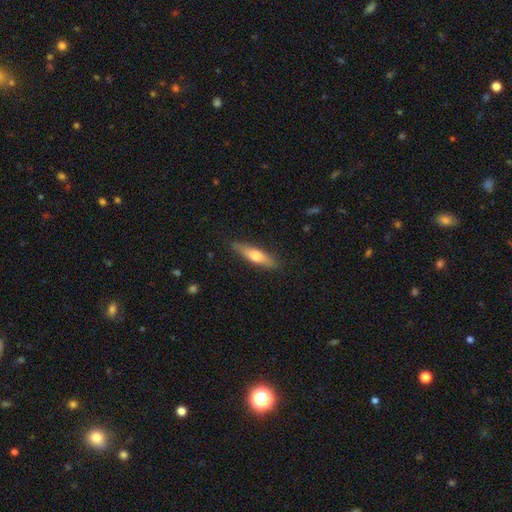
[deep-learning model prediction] Morphology: type=smooth (55%); roundness=cigar-shaped (73%); merging=none (85%).